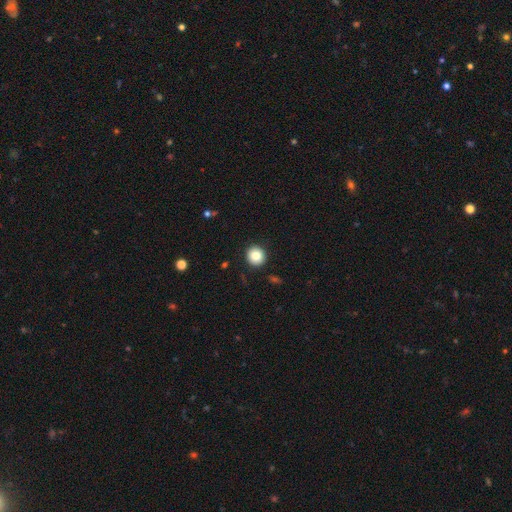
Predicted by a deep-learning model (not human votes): smooth-or-featured: smooth: 83% | star or artifact: 9% | featured or disk: 8%
  how-rounded: round: 90% | in between: 9% | cigar-shaped: 1%
  merging: none: 92% | minor disturbance: 5% | major disturbance: 2% | merger: 1%